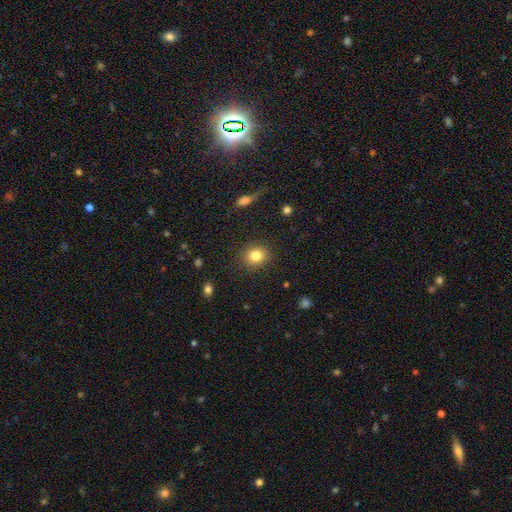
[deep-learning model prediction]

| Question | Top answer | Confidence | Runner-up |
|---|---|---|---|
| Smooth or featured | smooth | 83% | star or artifact (10%) |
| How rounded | round | 73% | in between (26%) |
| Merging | none | 88% | minor disturbance (8%) |